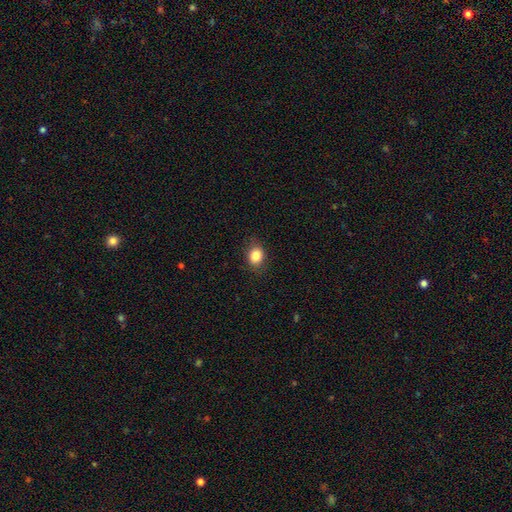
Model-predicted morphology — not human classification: A smooth galaxy with no disk features (84%) that is round (51%).

Vote fractions:
- Smooth or featured? smooth: 84% / star or artifact: 10% / featured or disk: 6%
- How rounded? round: 51% / in between: 48% / cigar-shaped: 1%
- Merging? none: 84% / minor disturbance: 12% / major disturbance: 3% / merger: 1%